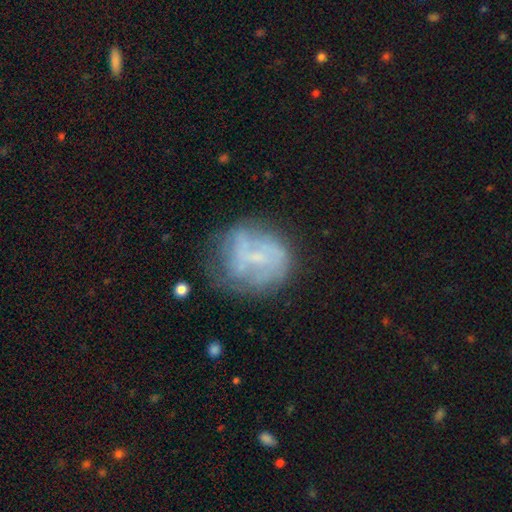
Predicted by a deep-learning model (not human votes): This appears to be a featured or disk galaxy (56%) with no bar (65%), no spiral arms (61%) and a small central bulge (45%). Merging: none (52%).